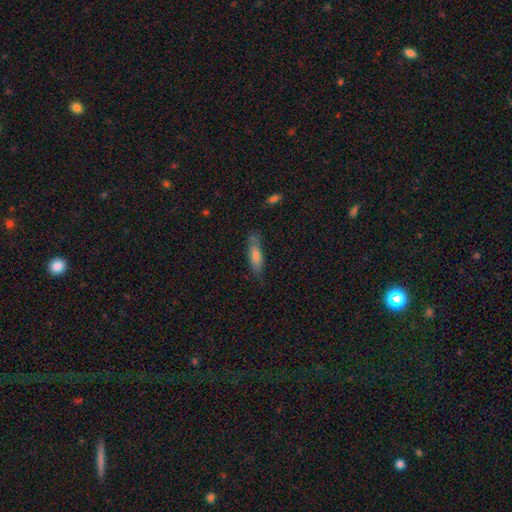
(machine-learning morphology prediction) A smooth galaxy with no disk features (63%) that is cigar-shaped (63%).

Vote fractions:
- Smooth or featured? smooth: 63% / featured or disk: 29% / star or artifact: 9%
- How rounded? cigar-shaped: 63% / in between: 35% / round: 2%
- Merging? none: 74% / minor disturbance: 19% / major disturbance: 4% / merger: 3%